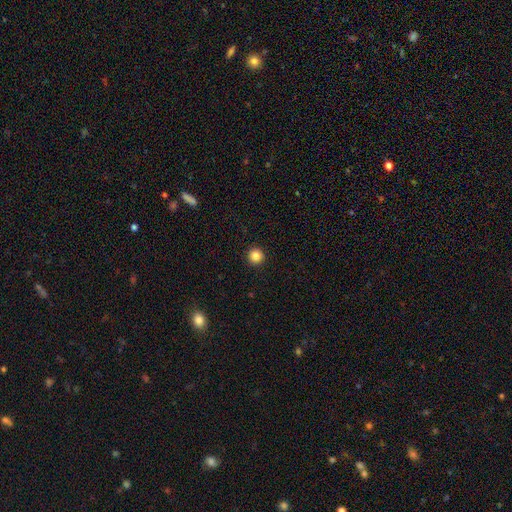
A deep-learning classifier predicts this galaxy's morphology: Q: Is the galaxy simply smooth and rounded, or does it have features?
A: smooth — 85%.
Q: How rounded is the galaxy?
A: round — 96%.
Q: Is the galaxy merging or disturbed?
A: none — 94%.